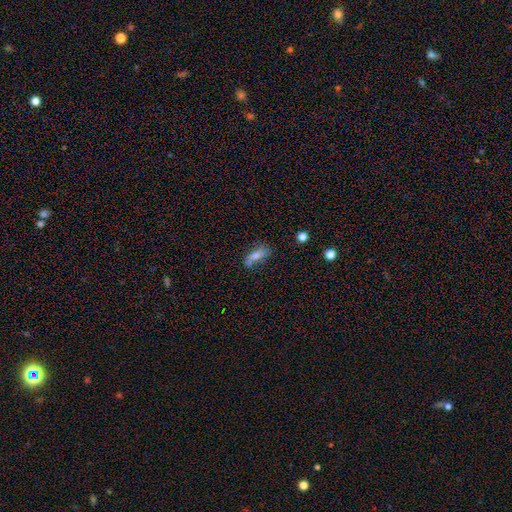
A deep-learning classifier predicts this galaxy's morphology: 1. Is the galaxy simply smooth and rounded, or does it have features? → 63% smooth, 24% featured or disk, 13% star or artifact.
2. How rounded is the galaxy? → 67% in between, 27% cigar-shaped, 6% round.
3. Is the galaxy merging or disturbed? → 50% none, 22% minor disturbance, 18% merger, 10% major disturbance.